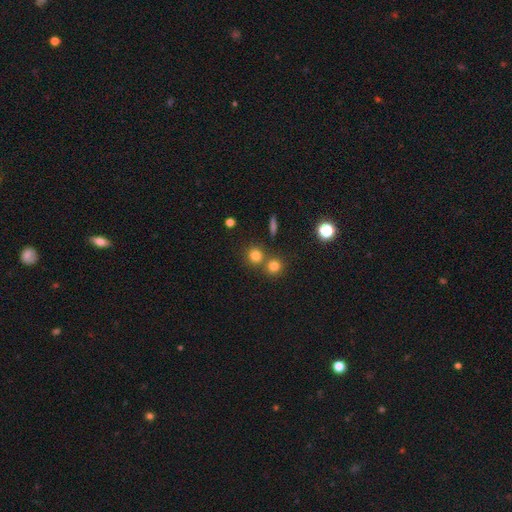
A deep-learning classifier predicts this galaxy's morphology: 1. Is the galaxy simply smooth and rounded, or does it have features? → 76% smooth, 16% star or artifact, 8% featured or disk.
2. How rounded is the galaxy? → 88% round, 10% in between, 1% cigar-shaped.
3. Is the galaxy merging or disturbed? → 66% none, 24% merger, 8% minor disturbance, 3% major disturbance.